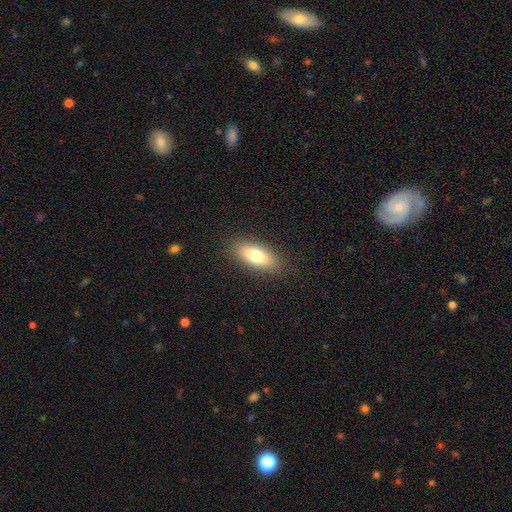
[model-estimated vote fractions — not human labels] A smooth galaxy with no disk features (78%) that is in between round and cigar-shaped (79%).

Vote fractions:
- Smooth or featured? smooth: 78% / featured or disk: 15% / star or artifact: 7%
- How rounded? in between: 79% / cigar-shaped: 18% / round: 3%
- Merging? none: 88% / minor disturbance: 9% / major disturbance: 3% / merger: 1%